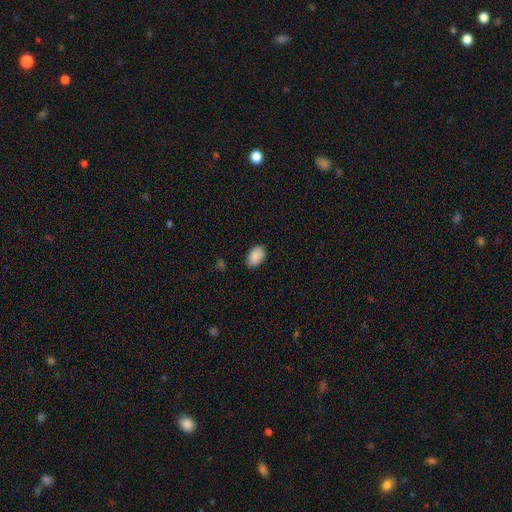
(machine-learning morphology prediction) smooth-or-featured: smooth: 90% | star or artifact: 7% | featured or disk: 3%
  how-rounded: in between: 90% | round: 9% | cigar-shaped: 1%
  merging: none: 82% | minor disturbance: 14% | major disturbance: 3% | merger: 1%